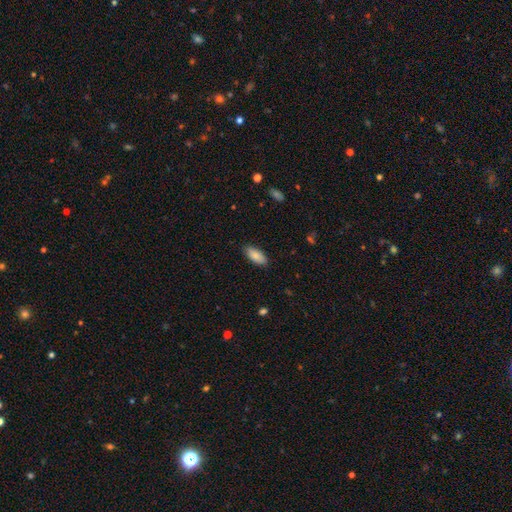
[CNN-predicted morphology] Q: Smooth or featured?
A: smooth (87%); runner-up: featured or disk (7%)
Q: How rounded?
A: in between (86%); runner-up: cigar-shaped (13%)
Q: Merging?
A: none (86%); runner-up: minor disturbance (11%)